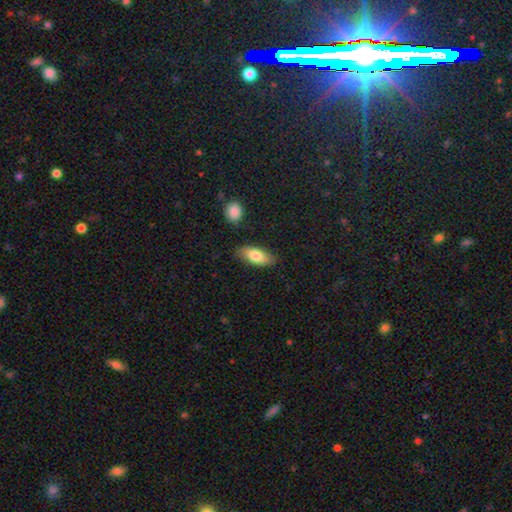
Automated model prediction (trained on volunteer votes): smooth 80%, featured or disk 14%, star or artifact 6%. Down the decision tree: how rounded — in between (84%); merging — none (81%).